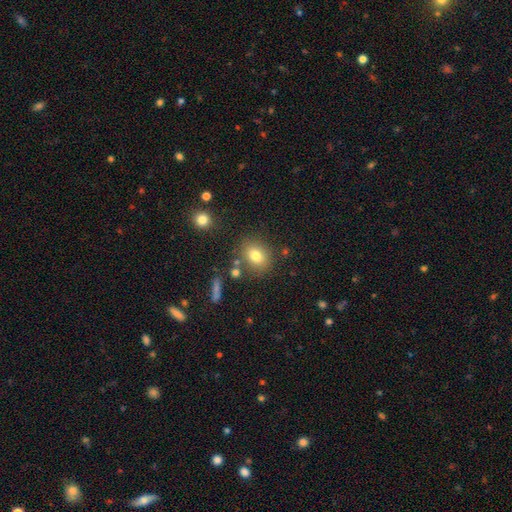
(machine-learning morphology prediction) smooth 77%, star or artifact 12%, featured or disk 11%. Down the decision tree: how rounded — round (51%); merging — none (77%).